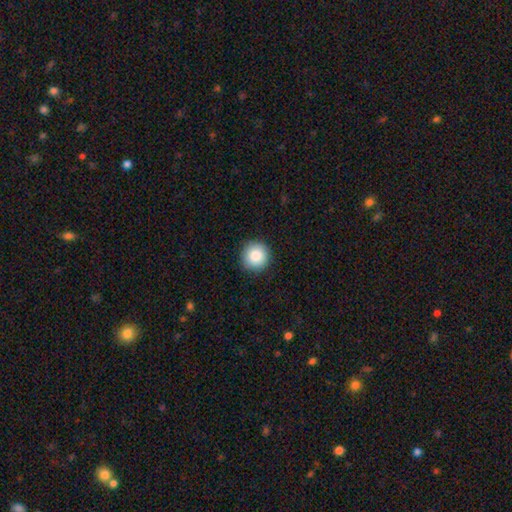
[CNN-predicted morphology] Smooth or featured? smooth (86%)
How rounded? round (95%)
Merging? none (91%)